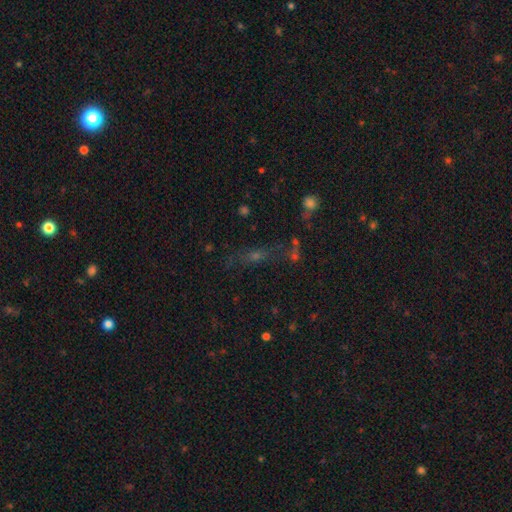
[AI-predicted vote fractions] Morphology: type=star or artifact (38%).